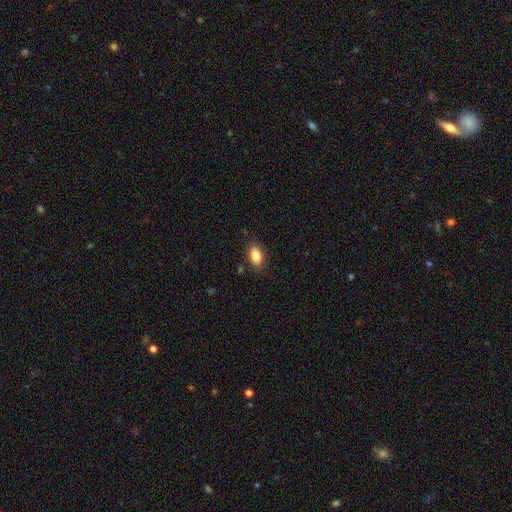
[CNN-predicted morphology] Q: Smooth or featured?
A: smooth (84%); runner-up: featured or disk (8%)
Q: How rounded?
A: in between (89%); runner-up: round (8%)
Q: Merging?
A: none (86%); runner-up: minor disturbance (11%)